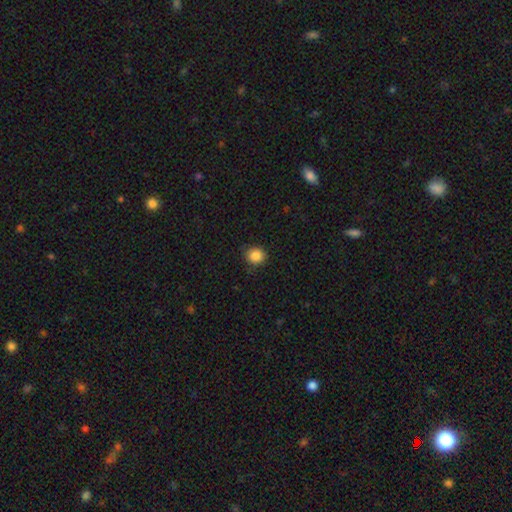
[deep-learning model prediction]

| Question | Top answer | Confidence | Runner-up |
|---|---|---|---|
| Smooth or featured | smooth | 86% | star or artifact (10%) |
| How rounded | round | 85% | in between (14%) |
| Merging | none | 85% | minor disturbance (12%) |